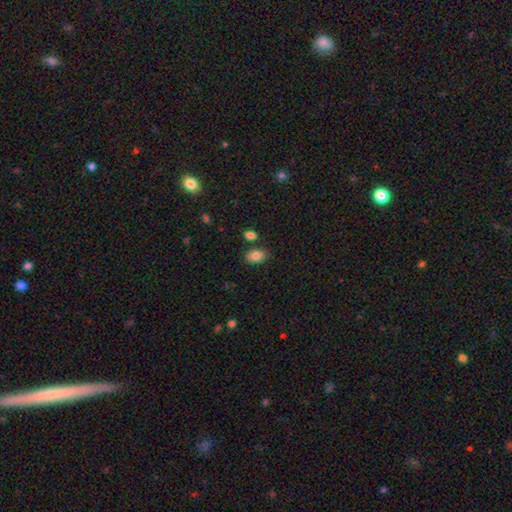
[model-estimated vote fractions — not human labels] smooth-or-featured: smooth: 82% | featured or disk: 10% | star or artifact: 8%
  how-rounded: in between: 85% | round: 13% | cigar-shaped: 1%
  merging: none: 79% | minor disturbance: 12% | merger: 6% | major disturbance: 3%